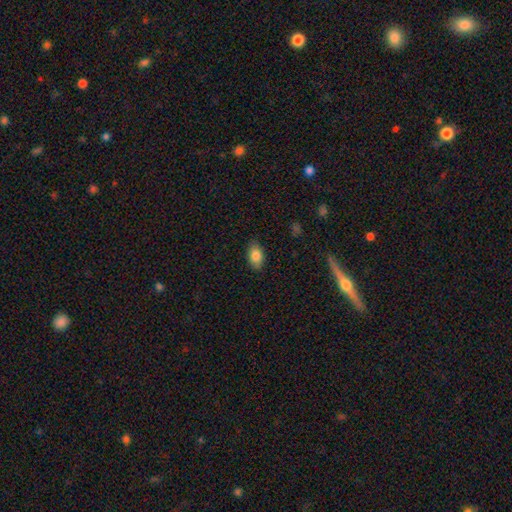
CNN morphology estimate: Q: Smooth or featured?
A: smooth (84%); runner-up: featured or disk (9%)
Q: How rounded?
A: in between (91%); runner-up: round (6%)
Q: Merging?
A: none (87%); runner-up: minor disturbance (10%)